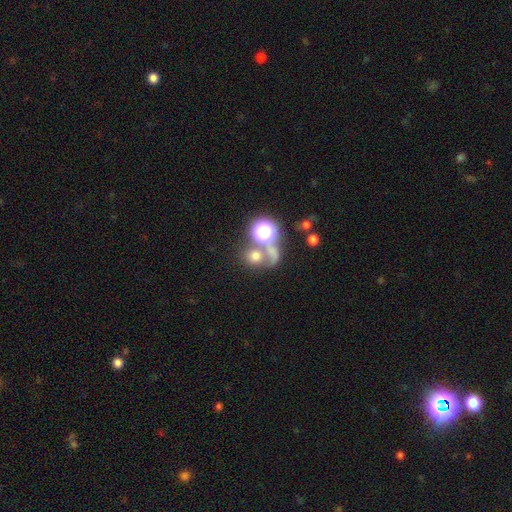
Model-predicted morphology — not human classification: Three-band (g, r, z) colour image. It shows a smooth galaxy with no disk features (45%). Merging: none (44%).